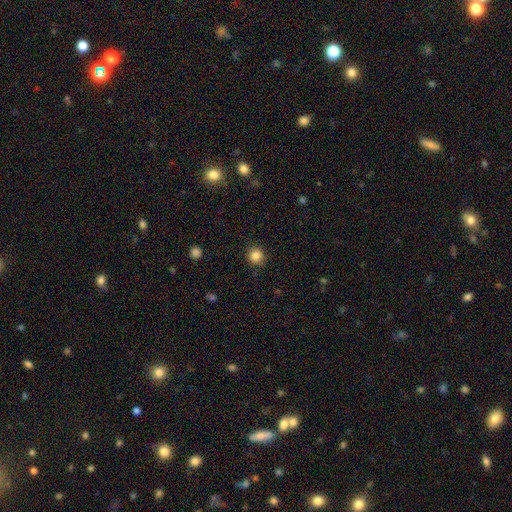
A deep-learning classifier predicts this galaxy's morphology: The model was most divided on "smooth or featured": smooth: 85%, star or artifact: 11%, featured or disk: 4%. More confident: how rounded — round (92%); merging — none (89%).